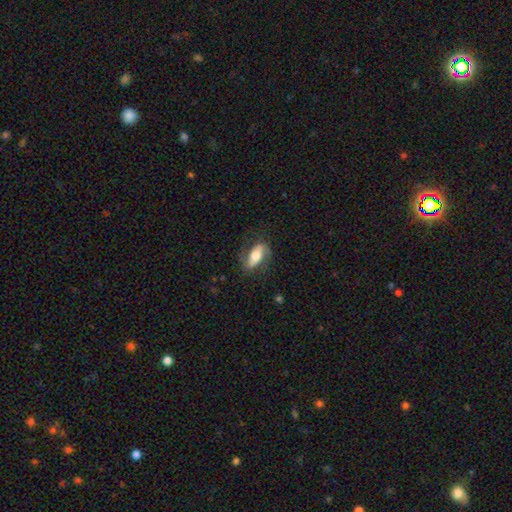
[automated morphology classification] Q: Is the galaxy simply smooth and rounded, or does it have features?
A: featured or disk — 59%.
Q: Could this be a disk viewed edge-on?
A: no — 84%.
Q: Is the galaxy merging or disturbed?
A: none — 72%.